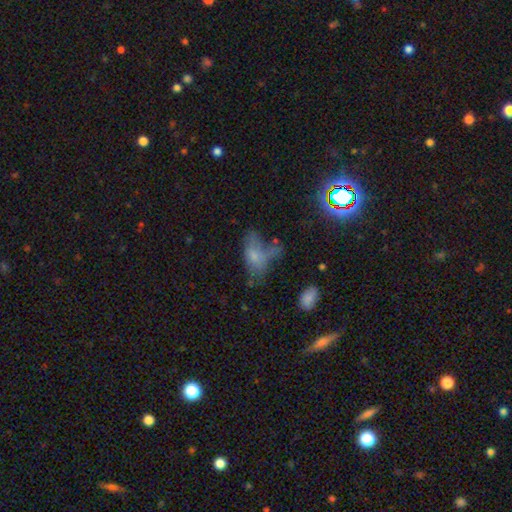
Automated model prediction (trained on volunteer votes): Q: Smooth or featured?
A: smooth (57%); runner-up: featured or disk (27%)
Q: How rounded?
A: in between (87%); runner-up: round (7%)
Q: Merging?
A: major disturbance (35%); runner-up: none (27%)